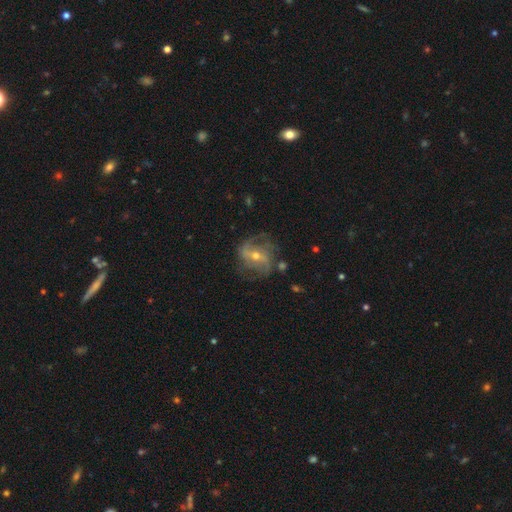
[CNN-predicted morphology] Overall: featured or disk (82%). Edge-on disk: no (96%). Bar: weak (40%; strong 38%). Spiral arms: yes (90%). Spiral arm count: 2 (65%). Spiral winding: medium (43%; loose 38%). Bulge size: moderate (50%; small 46%). Merging: none (66%).